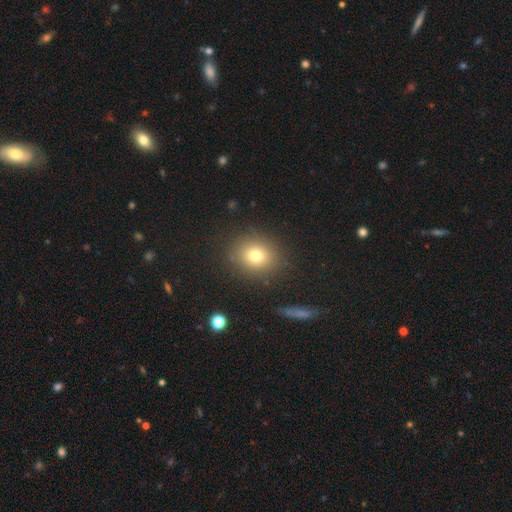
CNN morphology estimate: Q: Smooth or featured?
A: smooth (74%); runner-up: star or artifact (14%)
Q: How rounded?
A: round (71%); runner-up: in between (28%)
Q: Merging?
A: none (86%); runner-up: minor disturbance (9%)